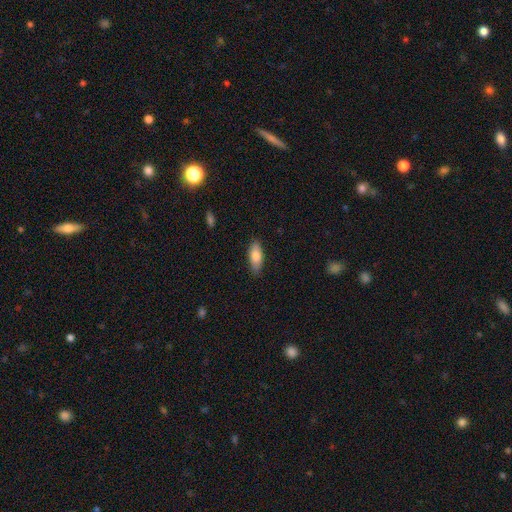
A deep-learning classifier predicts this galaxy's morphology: type=smooth (80%); roundness=in between (79%); merging=none (85%).